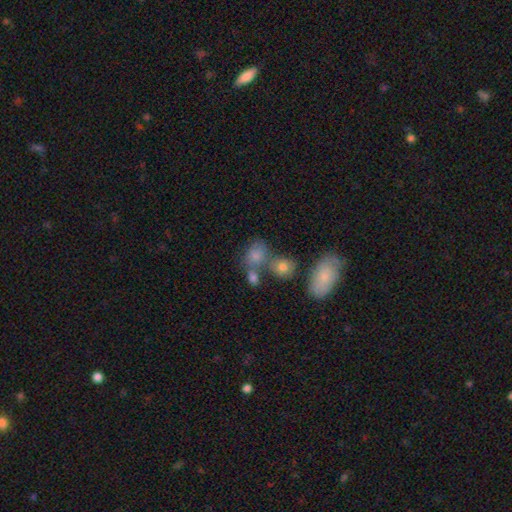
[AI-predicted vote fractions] Smooth or featured: smooth — 74% (featured or disk — 14%)
How rounded: in between — 58% (round — 40%)
Merging: merger — 40% (none — 38%)